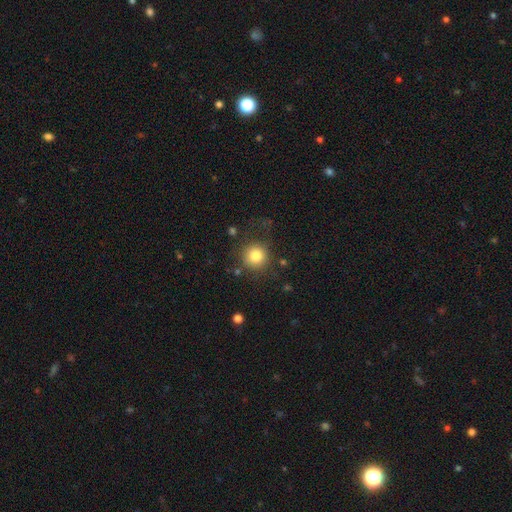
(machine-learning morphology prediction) Smooth or featured?
  - smooth: 81% *
  - star or artifact: 12%
  - featured or disk: 8%
How rounded?
  - round: 94% *
  - in between: 5%
  - cigar-shaped: 1%
Merging?
  - none: 82% *
  - minor disturbance: 11%
  - major disturbance: 5%
  - merger: 3%